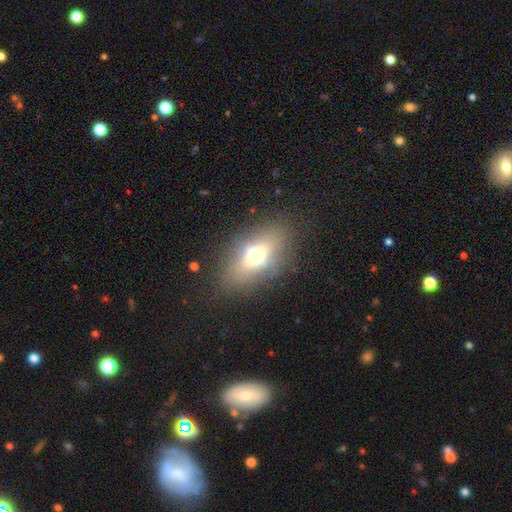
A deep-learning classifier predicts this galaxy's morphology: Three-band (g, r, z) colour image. It shows a smooth galaxy with no disk features (63%) that is in between round and cigar-shaped (83%). Merging: none (78%).